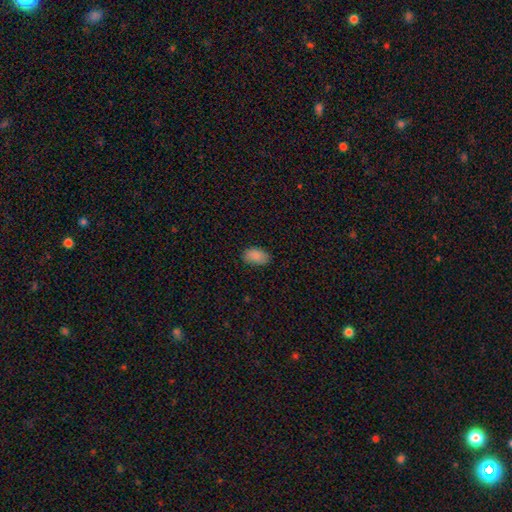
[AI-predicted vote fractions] smooth 88%, star or artifact 8%, featured or disk 4%. Down the decision tree: how rounded — in between (91%); merging — none (78%).